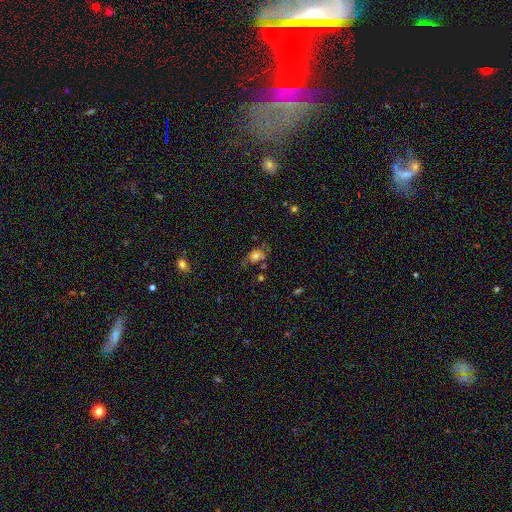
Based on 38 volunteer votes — Smooth or featured? 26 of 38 (68%) said smooth. How rounded? 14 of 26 (54%) said in between. Merging? 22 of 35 (63%) said none.